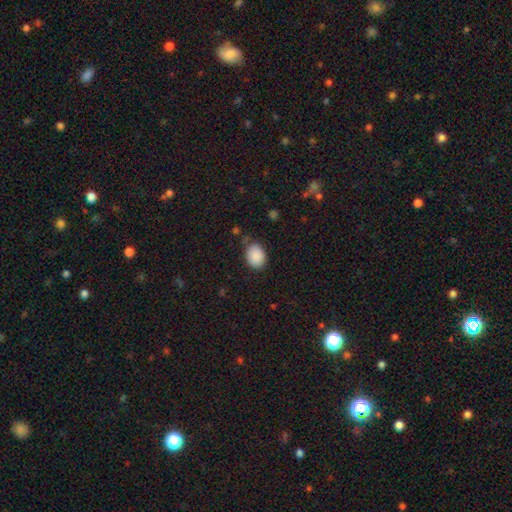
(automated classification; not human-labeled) Smooth or featured? smooth (89%)
How rounded? in between (67%)
Merging? none (76%)